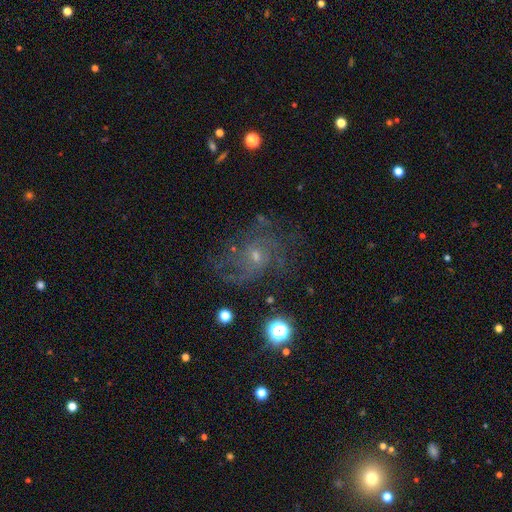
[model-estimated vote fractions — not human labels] A featured or disk galaxy (67%) with no bar (75%), medium (43%) spiral arms (88%) and a small central bulge (66%).

Vote fractions:
- Smooth or featured? featured or disk: 67% / star or artifact: 19% / smooth: 14%
- Edge-on disk? no: 97% / yes: 3%
- Bar? no: 75% / weak: 22% / strong: 3%
- Spiral arms? yes: 88% / no: 12%
- Spiral winding? medium: 43% / tight: 30% / loose: 27%
- Spiral arm count? can't tell: 37% / 2: 21% / 3: 18% / 4: 11% / 1: 7% / more than 4: 7%
- Bulge size? small: 66% / moderate: 27% / none: 4% / large: 2% / dominant: 1%
- Merging? none: 67% / minor disturbance: 16% / major disturbance: 14% / merger: 2%